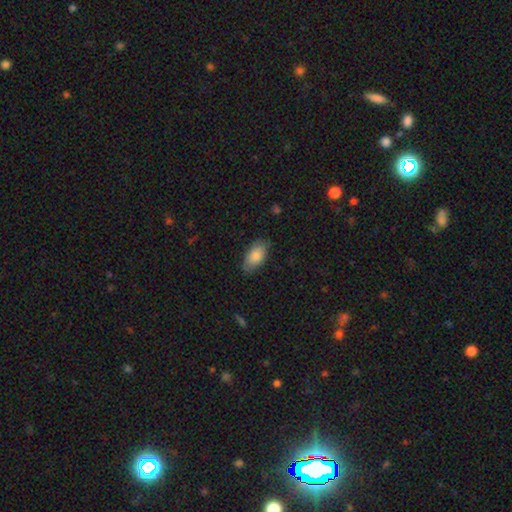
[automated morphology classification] This appears to be a smooth galaxy with no disk features (82%) that is in between round and cigar-shaped (93%). Merging: none (75%).